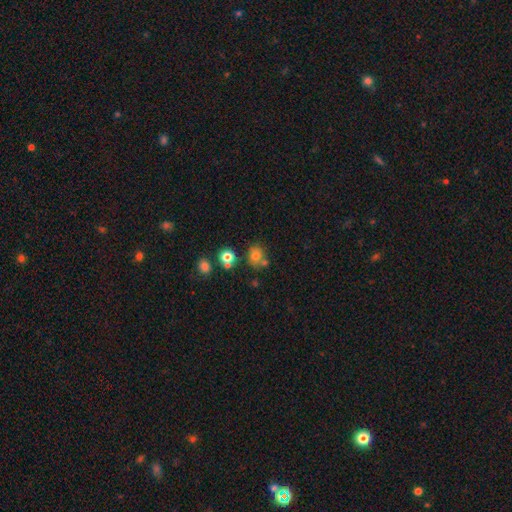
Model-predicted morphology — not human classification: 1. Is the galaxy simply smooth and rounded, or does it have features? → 72% smooth, 16% star or artifact, 11% featured or disk.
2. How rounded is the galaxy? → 70% round, 29% in between, 1% cigar-shaped.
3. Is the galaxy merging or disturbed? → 63% none, 20% merger, 13% minor disturbance, 4% major disturbance.